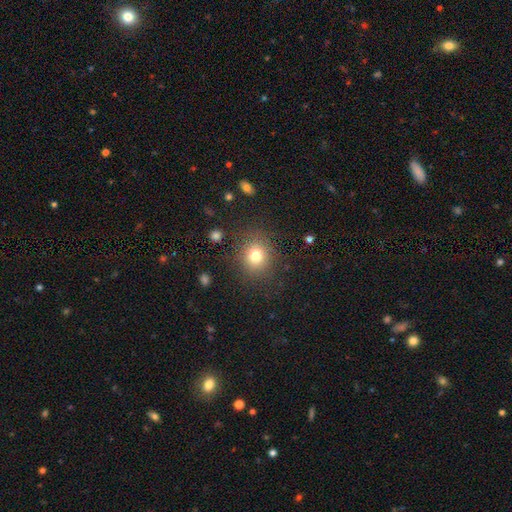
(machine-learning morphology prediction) This is likely a smooth galaxy (78%). How rounded: likely round (78%). Merging: clearly none (84%).